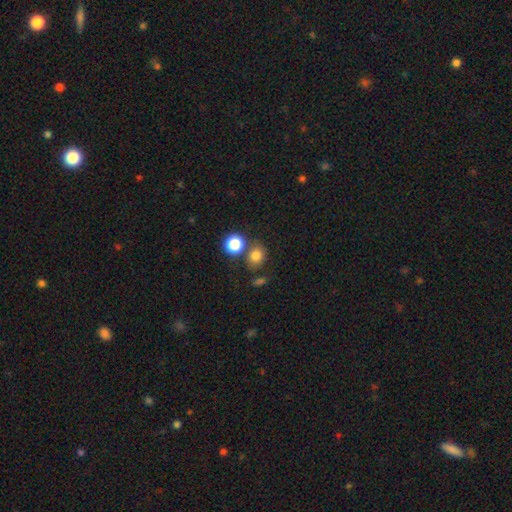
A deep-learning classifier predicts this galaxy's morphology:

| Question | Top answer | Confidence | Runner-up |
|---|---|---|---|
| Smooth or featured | smooth | 80% | star or artifact (14%) |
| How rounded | round | 69% | in between (30%) |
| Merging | none | 66% | merger (19%) |